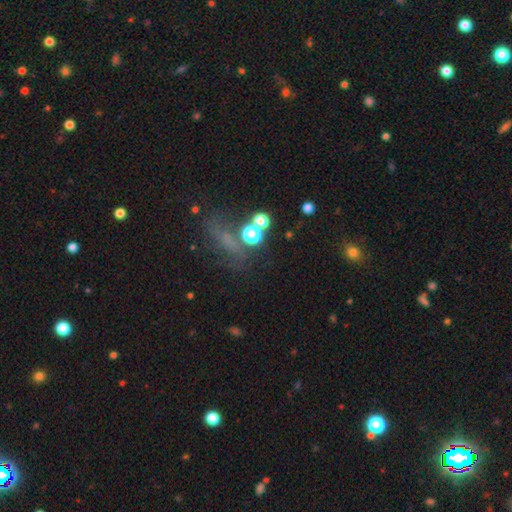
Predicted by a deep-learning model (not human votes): Smooth or featured?
  - star or artifact: 50% *
  - smooth: 31%
  - featured or disk: 19%